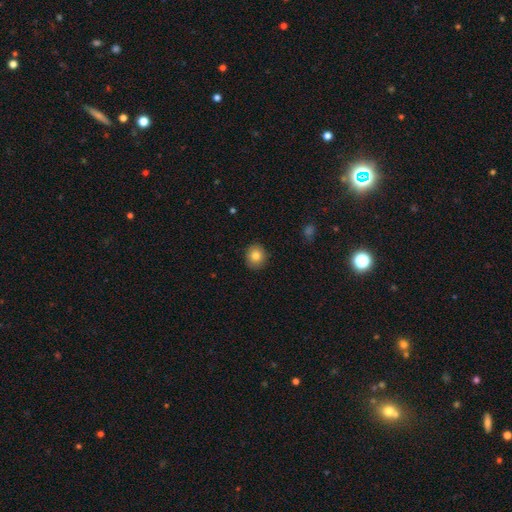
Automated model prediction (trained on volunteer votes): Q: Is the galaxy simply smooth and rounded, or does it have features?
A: smooth — 82%.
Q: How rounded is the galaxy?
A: round — 80%.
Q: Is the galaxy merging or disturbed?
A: none — 90%.